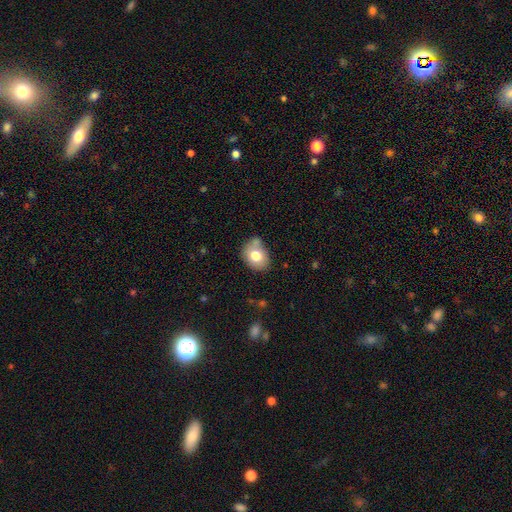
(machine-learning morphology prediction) Smooth or featured?
  - smooth: 75% *
  - featured or disk: 16%
  - star or artifact: 9%
How rounded?
  - in between: 55% *
  - round: 44%
  - cigar-shaped: 1%
Merging?
  - none: 61% *
  - minor disturbance: 23%
  - merger: 11%
  - major disturbance: 5%